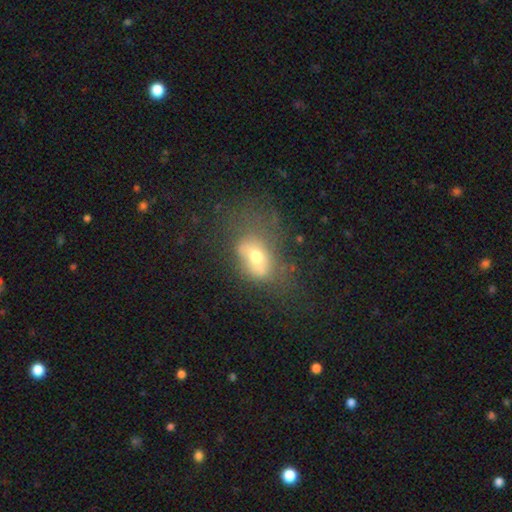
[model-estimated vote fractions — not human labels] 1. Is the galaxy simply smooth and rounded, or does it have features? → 57% smooth, 31% featured or disk, 12% star or artifact.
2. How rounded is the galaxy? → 77% in between, 21% round, 2% cigar-shaped.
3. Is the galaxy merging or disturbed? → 38% none, 32% major disturbance, 25% minor disturbance, 5% merger.